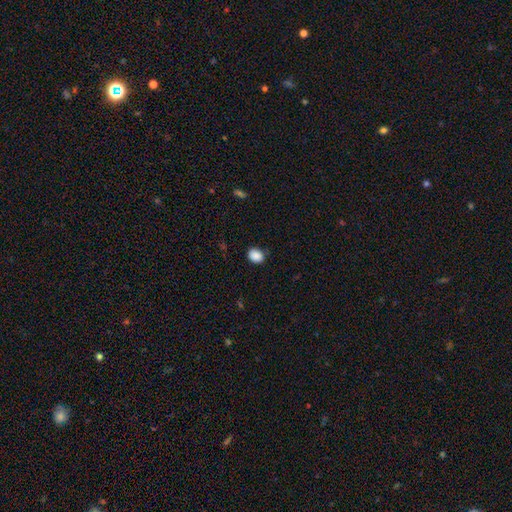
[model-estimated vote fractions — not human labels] A smooth galaxy with no disk features (89%) that is in between round and cigar-shaped (61%). Merging: none (84%).